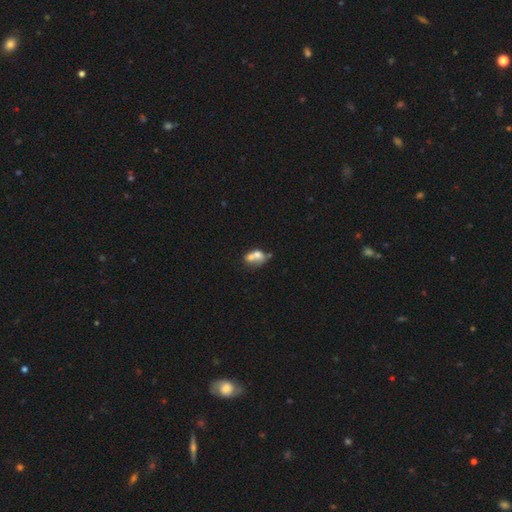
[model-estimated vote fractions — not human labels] Smooth or featured: smooth — 60% (featured or disk — 29%)
How rounded: in between — 62% (round — 36%)
Merging: merger — 63% (none — 20%)